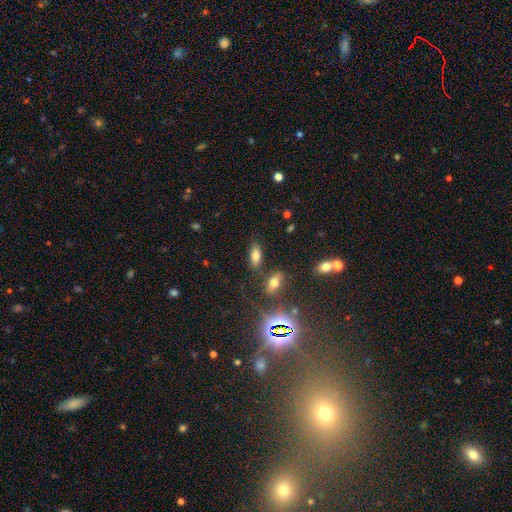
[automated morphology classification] The model was most divided on "smooth or featured": smooth: 73%, star or artifact: 16%, featured or disk: 11%. More confident: how rounded — in between (83%); merging — none (80%).